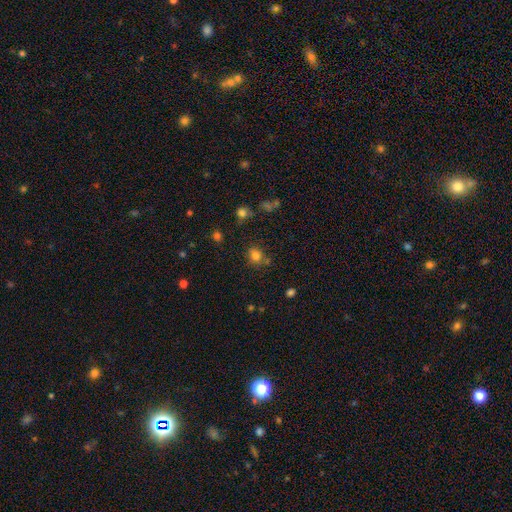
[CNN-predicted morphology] Overall: smooth (77%). How rounded: round (61%; in between 37%). Merging: none (70%).